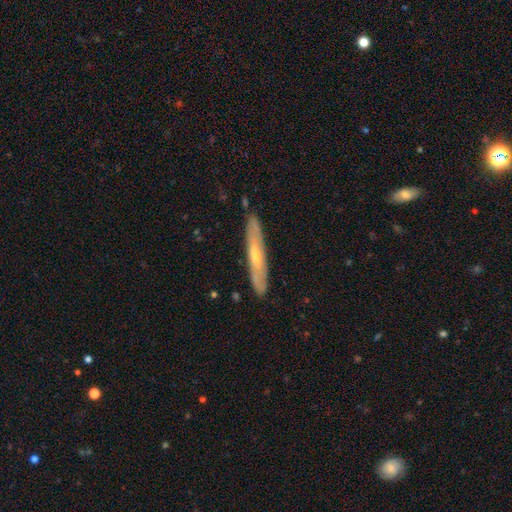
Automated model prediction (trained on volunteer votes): Q: Smooth or featured?
A: featured or disk (59%); runner-up: smooth (35%)
Q: Edge-on disk?
A: yes (68%); runner-up: no (32%)
Q: Merging?
A: none (86%); runner-up: minor disturbance (11%)